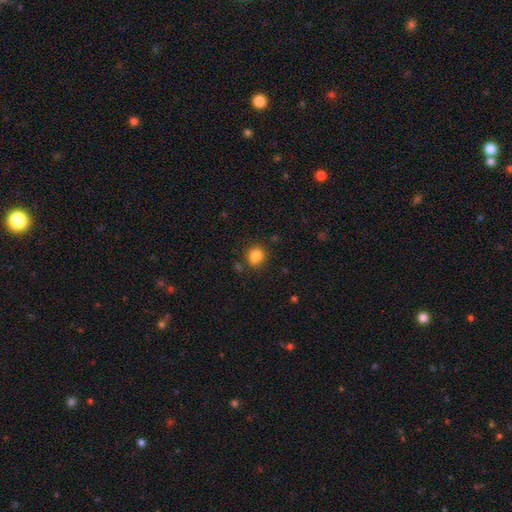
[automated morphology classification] smooth_or_featured: smooth (p=0.85) [alt: star or artifact p=0.10]
how_rounded: round (p=0.55) [alt: in between p=0.44]
merging: none (p=0.74) [alt: minor disturbance p=0.16]